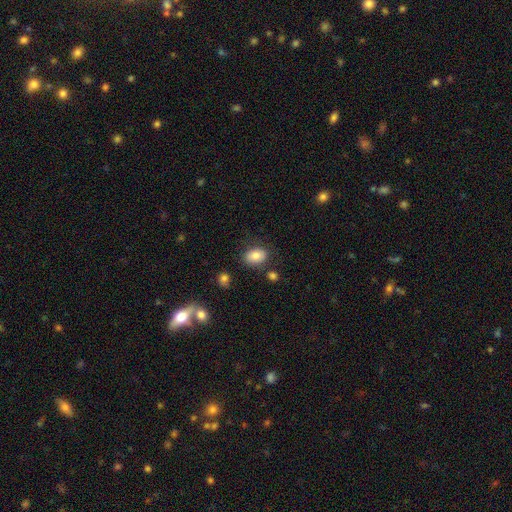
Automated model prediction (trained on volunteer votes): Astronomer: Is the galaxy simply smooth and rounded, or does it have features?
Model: smooth — 81%.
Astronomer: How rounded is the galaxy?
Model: in between — 76%.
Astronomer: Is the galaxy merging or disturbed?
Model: none — 78%.